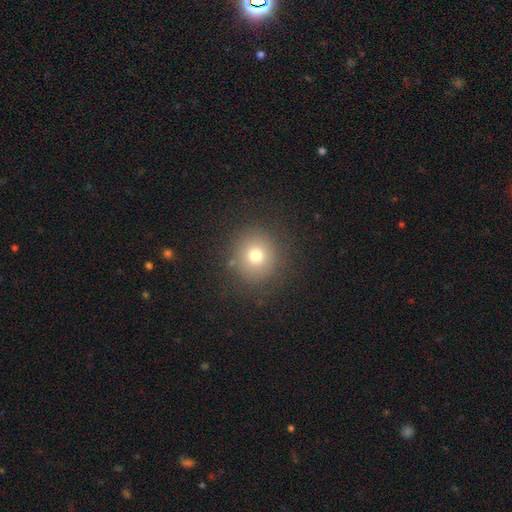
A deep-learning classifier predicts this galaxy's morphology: Smooth or featured? Predicted: smooth (p=0.73). How rounded? Predicted: round (p=0.92). Merging? Predicted: none (p=0.86).